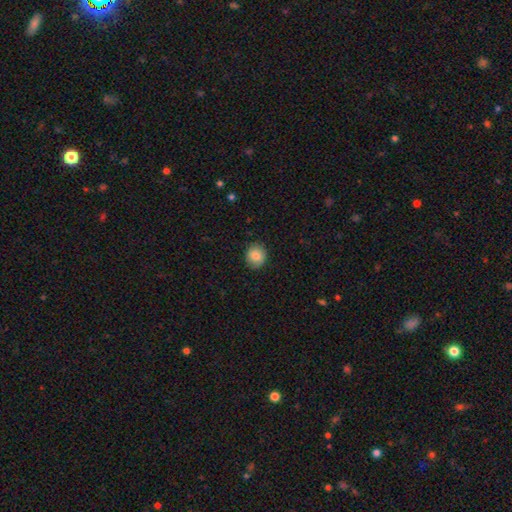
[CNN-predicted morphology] A smooth galaxy with no disk features (83%) that is round (80%). Merging: none (87%).